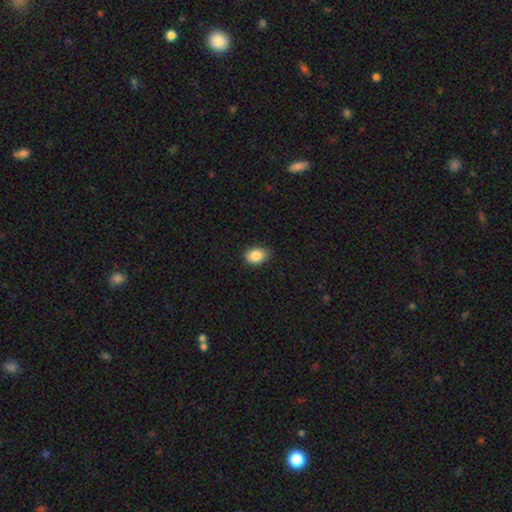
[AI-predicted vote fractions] Smooth or featured? Predicted: smooth (p=0.88). How rounded? Predicted: in between (p=0.78). Merging? Predicted: none (p=0.85).